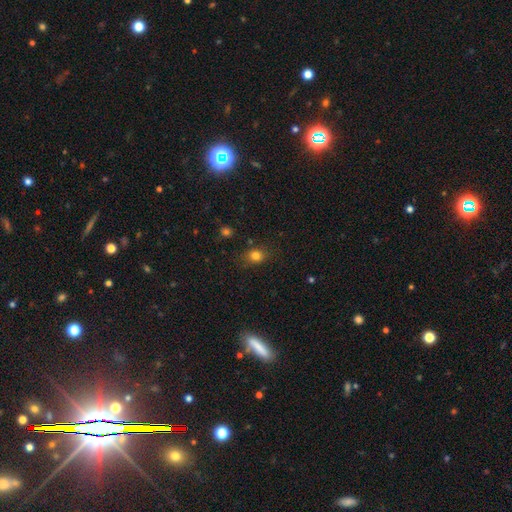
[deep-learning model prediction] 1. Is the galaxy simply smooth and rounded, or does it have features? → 79% smooth, 14% star or artifact, 8% featured or disk.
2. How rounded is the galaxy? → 50% in between, 48% round, 2% cigar-shaped.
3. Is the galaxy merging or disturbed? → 76% none, 16% minor disturbance, 5% major disturbance, 3% merger.